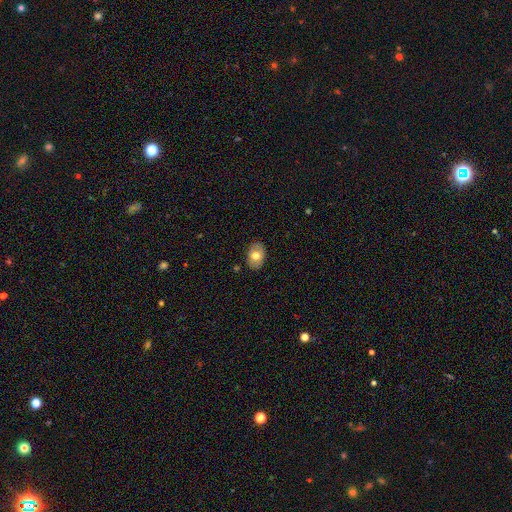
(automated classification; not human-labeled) This appears to be a smooth galaxy with no disk features (67%) that is in between round and cigar-shaped (80%). Merging: none (85%).